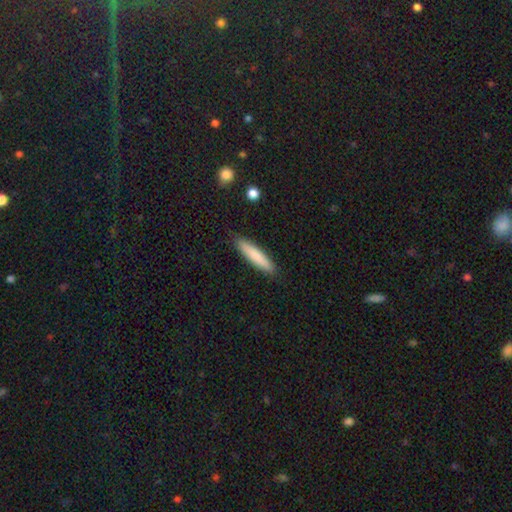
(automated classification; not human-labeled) This appears to be a smooth galaxy with no disk features (81%) that is cigar-shaped (88%). Merging: none (89%).